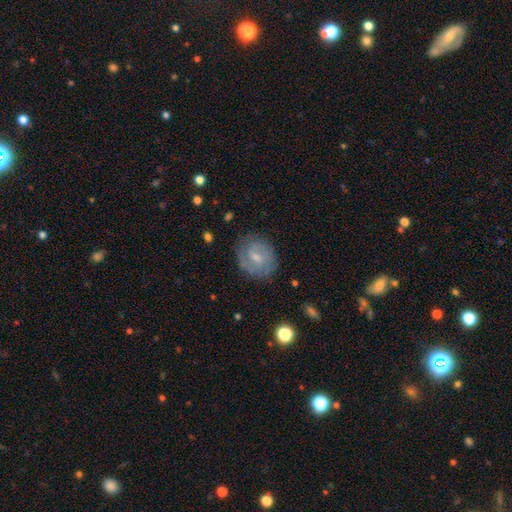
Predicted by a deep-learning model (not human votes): smooth-or-featured: featured or disk: 61% | smooth: 32% | star or artifact: 7%
  disk-edge-on: no: 97% | yes: 3%
    bar: weak: 59% | no: 29% | strong: 12%
    has-spiral-arms: yes: 82% | no: 18%
    bulge-size: small: 56% | moderate: 35% | none: 6% | large: 2% | dominant: 1%
  merging: none: 79% | minor disturbance: 15% | major disturbance: 5% | merger: 1%